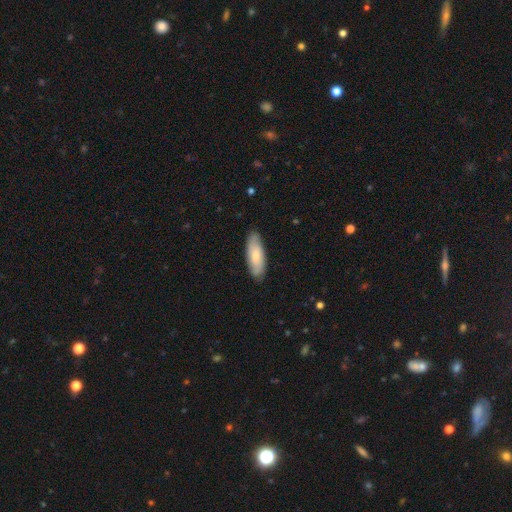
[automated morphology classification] A smooth galaxy with no disk features (59%) that is in between round and cigar-shaped (66%).

Vote fractions:
- Smooth or featured? smooth: 59% / featured or disk: 35% / star or artifact: 6%
- How rounded? in between: 66% / cigar-shaped: 32% / round: 2%
- Merging? none: 83% / minor disturbance: 14% / major disturbance: 2% / merger: 1%